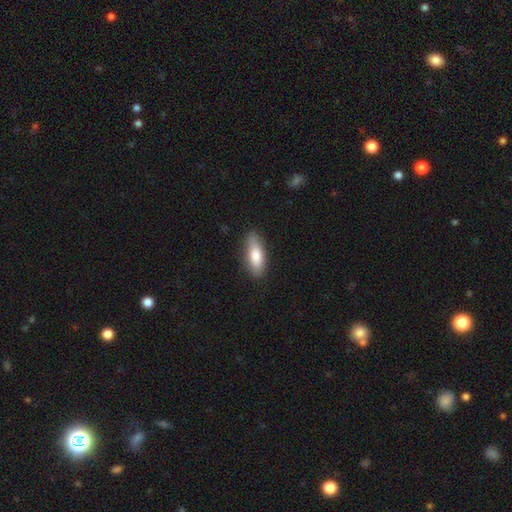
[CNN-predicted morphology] This appears to be a smooth galaxy with no disk features (78%) that is in between round and cigar-shaped (63%). Merging: none (84%).